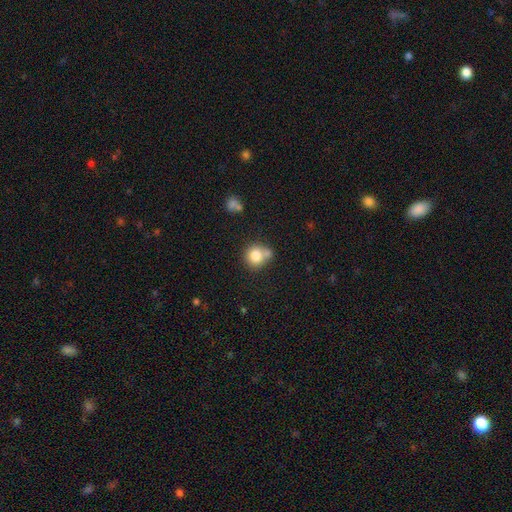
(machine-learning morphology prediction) smooth 79%, featured or disk 11%, star or artifact 10%. Down the decision tree: how rounded — round (86%); merging — none (51%).